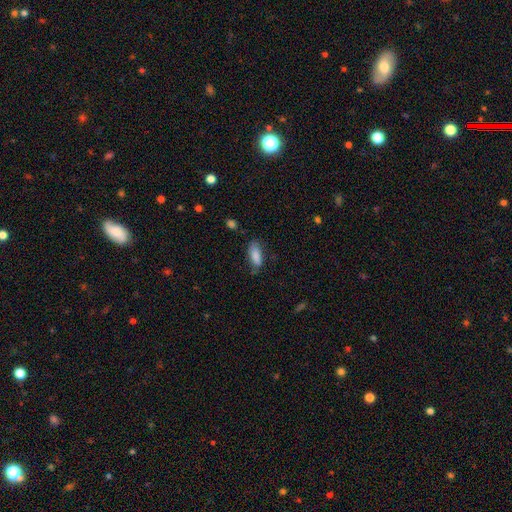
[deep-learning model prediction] smooth-or-featured: smooth: 84% | featured or disk: 9% | star or artifact: 7%
  how-rounded: in between: 77% | cigar-shaped: 21% | round: 2%
  merging: none: 64% | minor disturbance: 26% | major disturbance: 8% | merger: 2%